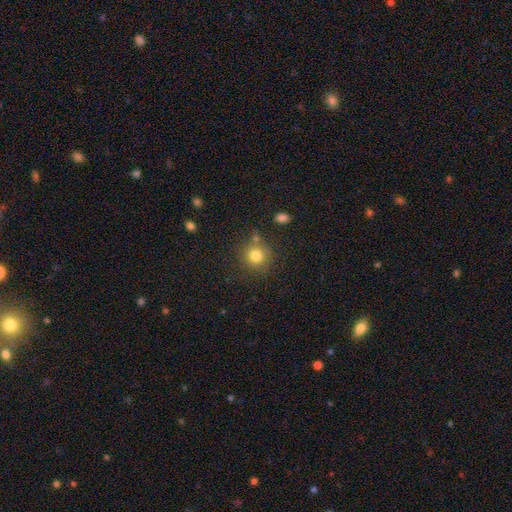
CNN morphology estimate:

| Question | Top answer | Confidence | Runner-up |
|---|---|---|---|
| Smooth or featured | smooth | 80% | star or artifact (12%) |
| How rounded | round | 88% | in between (11%) |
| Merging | none | 76% | minor disturbance (11%) |